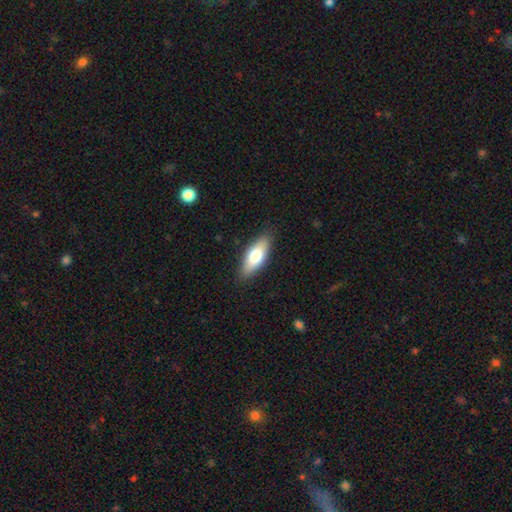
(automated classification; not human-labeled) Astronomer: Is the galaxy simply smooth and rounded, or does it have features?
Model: smooth — 69%.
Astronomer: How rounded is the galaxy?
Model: in between — 71%.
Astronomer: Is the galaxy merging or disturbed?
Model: none — 87%.